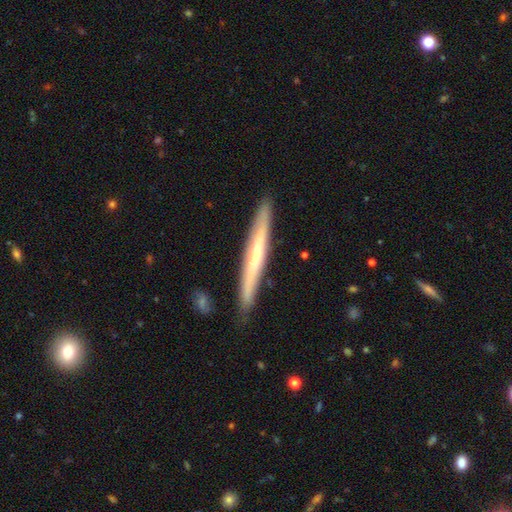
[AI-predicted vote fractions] A featured or disk galaxy (51%) viewed edge-on (94%). Merging: none (88%).